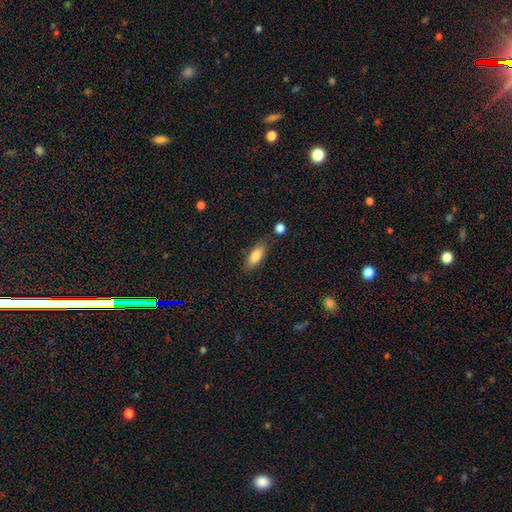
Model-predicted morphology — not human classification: Smooth or featured?
  - smooth: 81% *
  - featured or disk: 11%
  - star or artifact: 7%
How rounded?
  - in between: 76% *
  - cigar-shaped: 22%
  - round: 3%
Merging?
  - none: 78% *
  - minor disturbance: 14%
  - merger: 4%
  - major disturbance: 3%